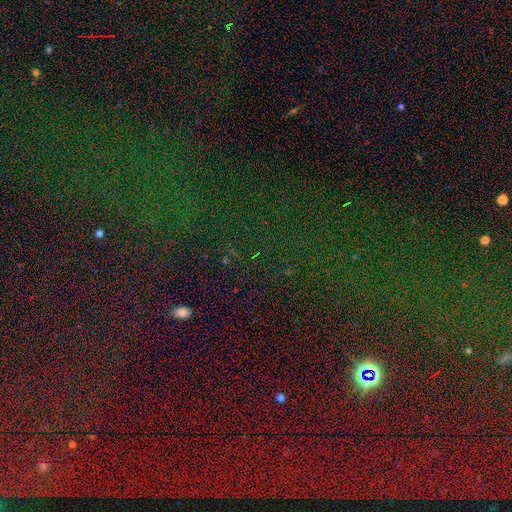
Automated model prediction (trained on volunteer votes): Q: Smooth or featured?
A: star or artifact (73%); runner-up: smooth (19%)